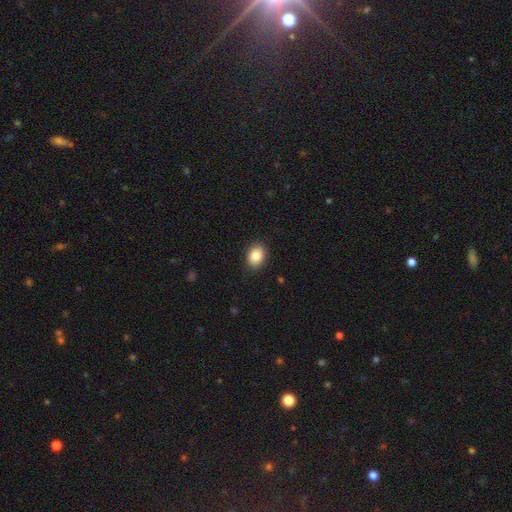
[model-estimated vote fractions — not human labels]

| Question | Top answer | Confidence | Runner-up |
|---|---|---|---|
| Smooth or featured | smooth | 87% | star or artifact (8%) |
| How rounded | in between | 71% | round (28%) |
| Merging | none | 87% | minor disturbance (9%) |